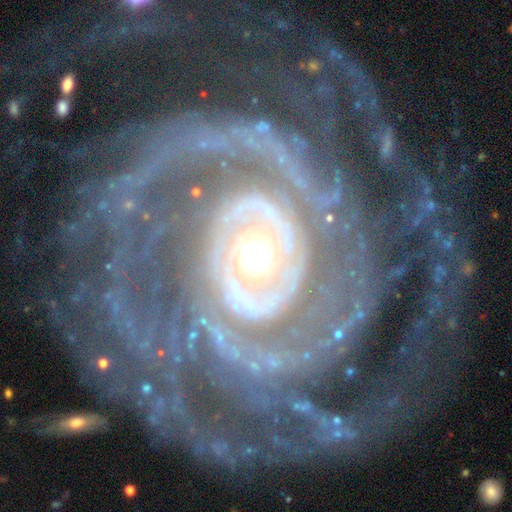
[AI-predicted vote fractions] featured or disk 92%, star or artifact 5%, smooth 4%. Down the decision tree: edge-on disk — no (97%); bar — no (61%); spiral arms — yes (96%); spiral arm count — 2 (25%); spiral winding — tight (79%); bulge size — moderate (53%); merging — none (67%).